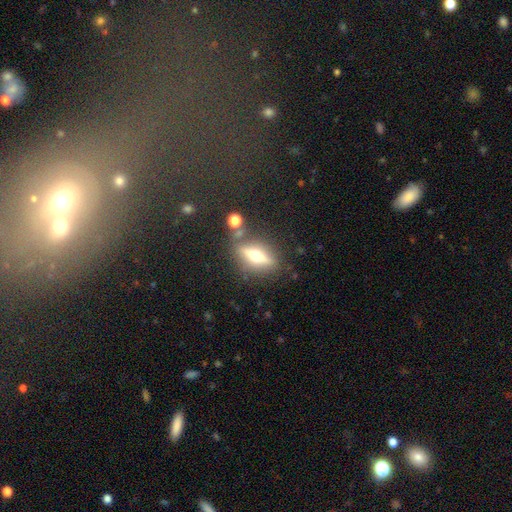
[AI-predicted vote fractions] Morphology: type=featured or disk (61%); edge-on=yes (87%); edge-on bulge=rounded (95%); merging=none (80%).